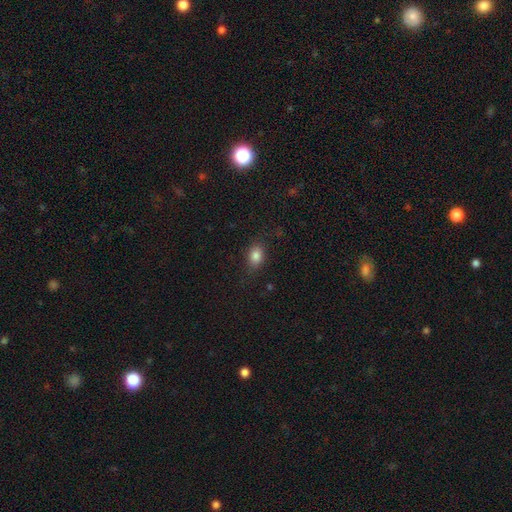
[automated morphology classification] type=smooth (84%); roundness=in between (77%); merging=none (83%).